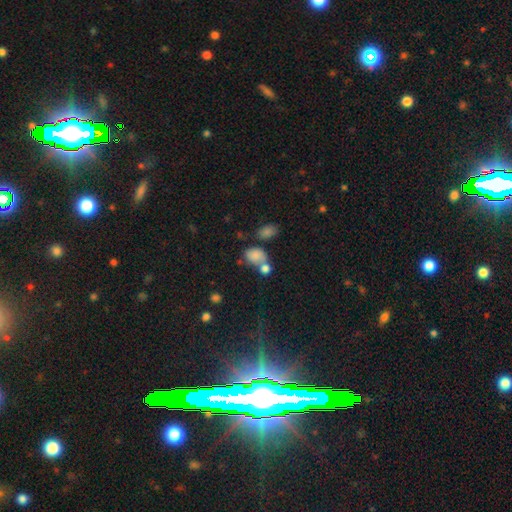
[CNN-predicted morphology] Smooth or featured? Predicted: smooth (p=0.79). How rounded? Predicted: in between (p=0.69). Merging? Predicted: merger (p=0.43).